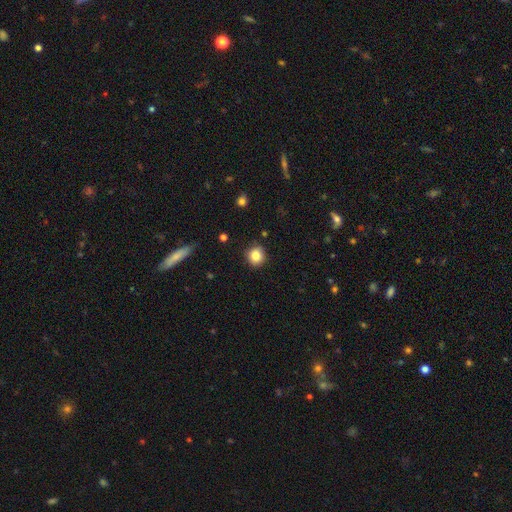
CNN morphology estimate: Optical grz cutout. It shows a smooth galaxy with no disk features (83%) that is round (90%). Merging: none (87%).